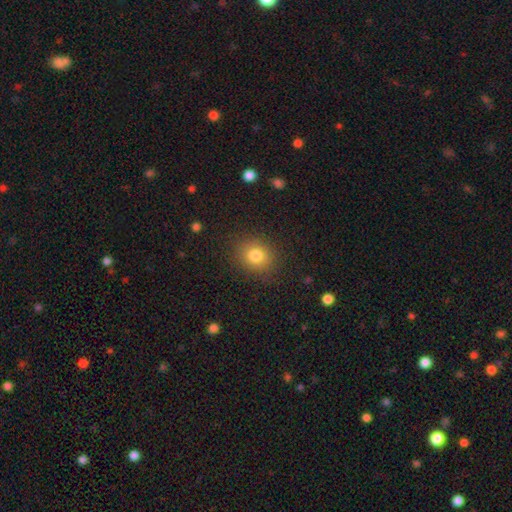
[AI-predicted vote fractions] Smooth or featured: smooth — 80% (star or artifact — 12%)
How rounded: round — 70% (in between — 29%)
Merging: none — 86% (minor disturbance — 9%)